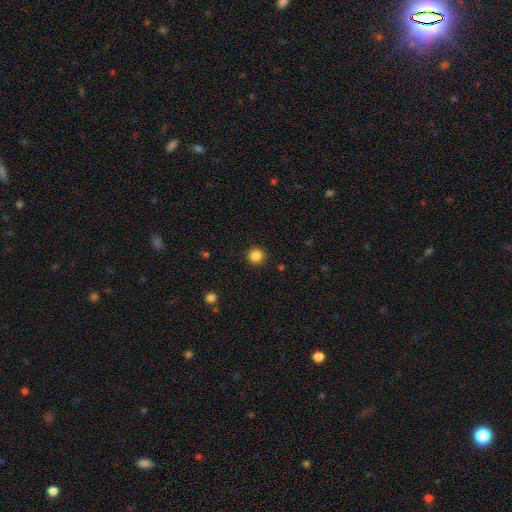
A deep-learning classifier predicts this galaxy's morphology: Smooth or featured? Predicted: smooth (p=0.85). How rounded? Predicted: round (p=0.94). Merging? Predicted: none (p=0.90).